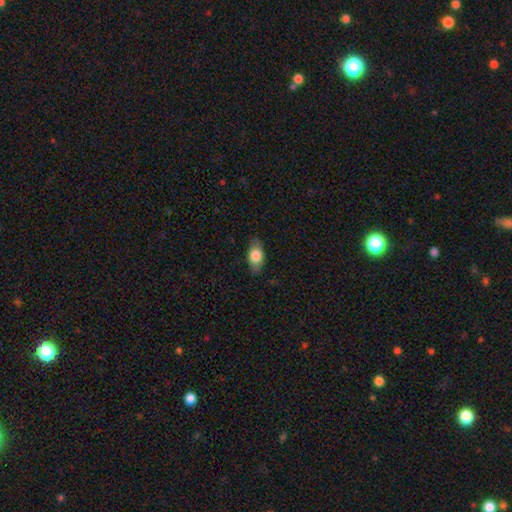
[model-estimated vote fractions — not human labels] This is likely a smooth galaxy (76%). How rounded: clearly in between (88%). Merging: clearly none (83%).